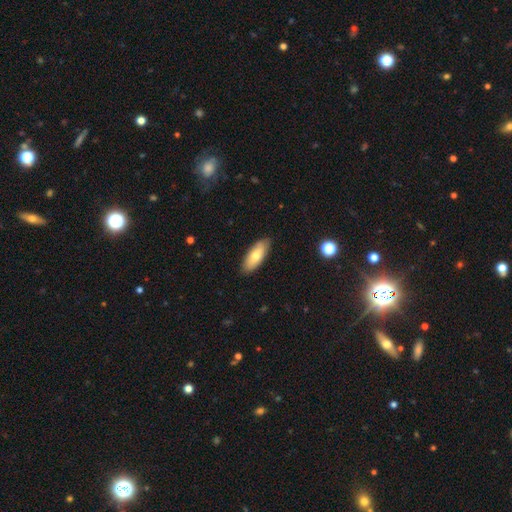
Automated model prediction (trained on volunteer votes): Smooth or featured: smooth — 70% (featured or disk — 24%)
How rounded: in between — 76% (cigar-shaped — 22%)
Merging: none — 86% (minor disturbance — 11%)